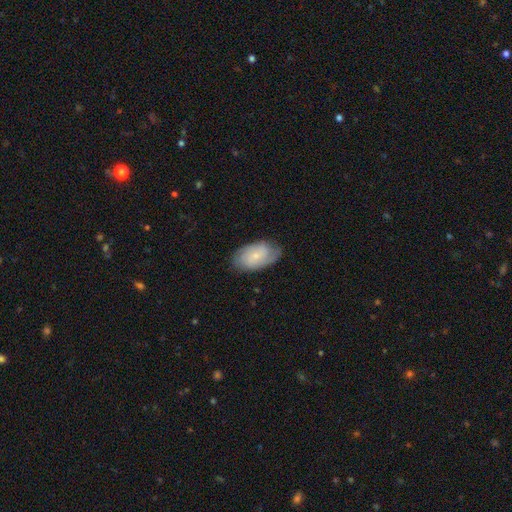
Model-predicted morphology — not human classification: Q: Smooth or featured?
A: featured or disk (49%); runner-up: smooth (45%)
Q: Merging?
A: none (76%); runner-up: minor disturbance (18%)